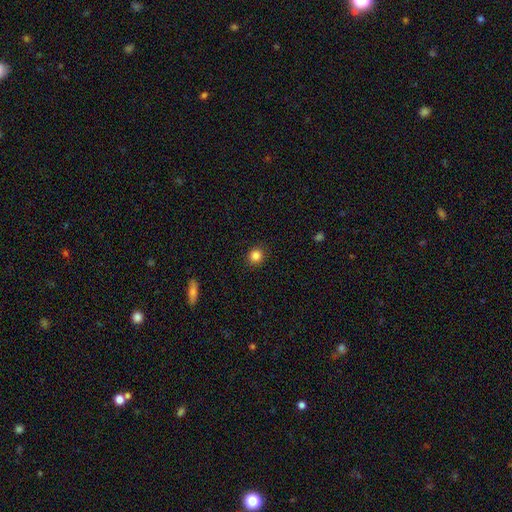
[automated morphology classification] Smooth or featured: smooth — 85% (star or artifact — 11%)
How rounded: round — 88% (in between — 11%)
Merging: none — 90% (minor disturbance — 6%)